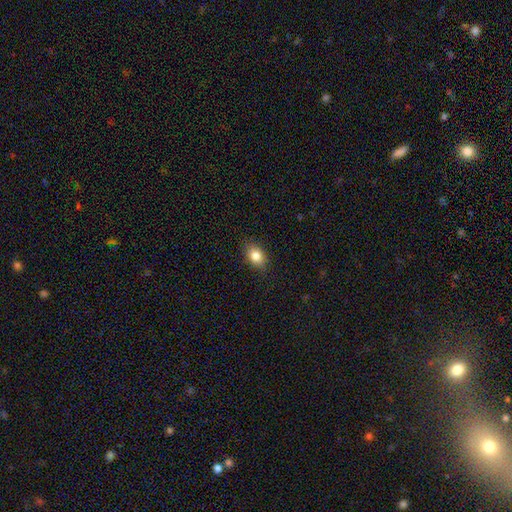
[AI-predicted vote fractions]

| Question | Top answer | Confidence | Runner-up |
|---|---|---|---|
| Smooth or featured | smooth | 83% | star or artifact (9%) |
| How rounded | in between | 72% | round (27%) |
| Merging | none | 86% | minor disturbance (11%) |